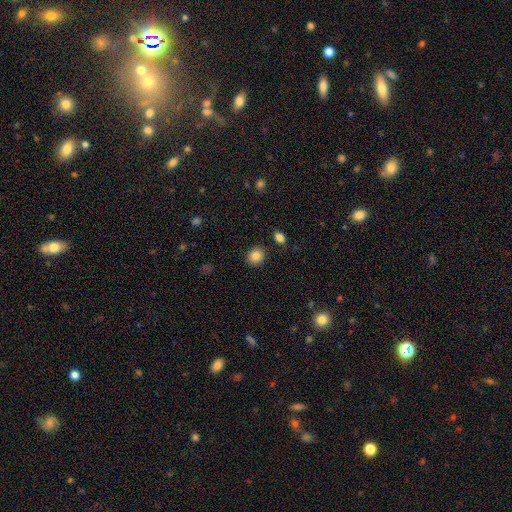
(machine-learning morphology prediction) smooth 86%, star or artifact 9%, featured or disk 5%. Down the decision tree: how rounded — round (72%); merging — none (88%).